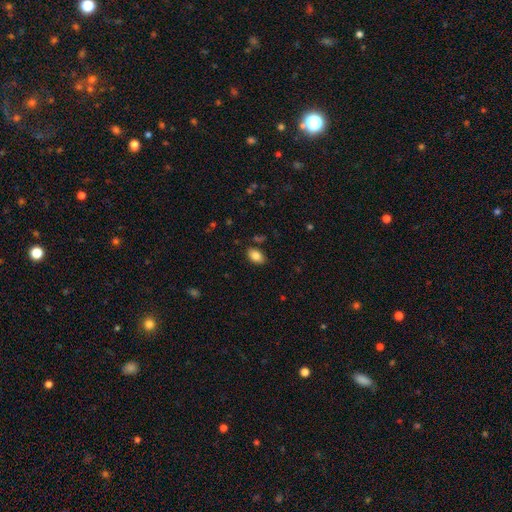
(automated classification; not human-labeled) Smooth or featured: smooth — 84% (star or artifact — 8%)
How rounded: in between — 89% (round — 10%)
Merging: none — 85% (minor disturbance — 11%)